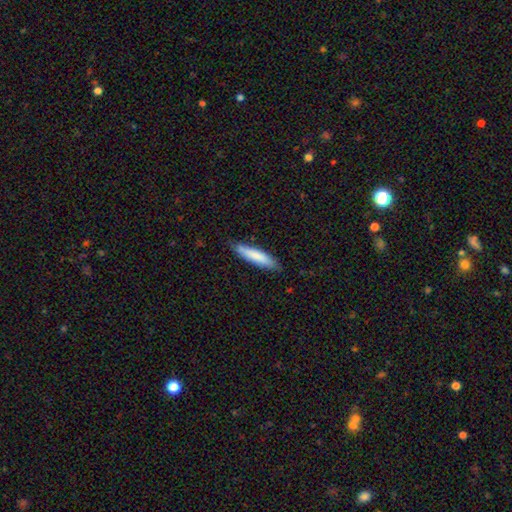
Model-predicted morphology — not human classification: type=smooth (80%); roundness=cigar-shaped (84%); merging=none (82%).